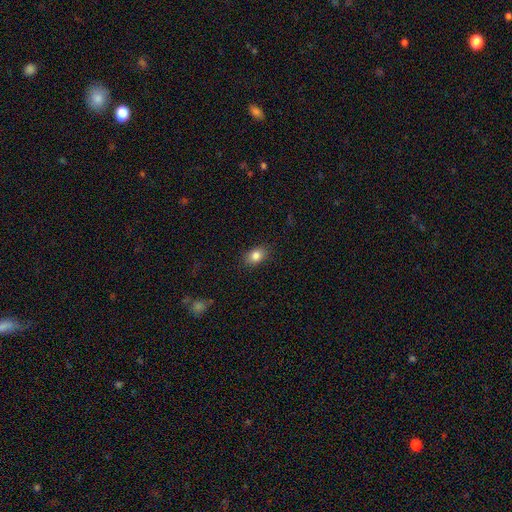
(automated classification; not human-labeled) Smooth or featured? Predicted: smooth (p=0.84). How rounded? Predicted: in between (p=0.76). Merging? Predicted: none (p=0.87).